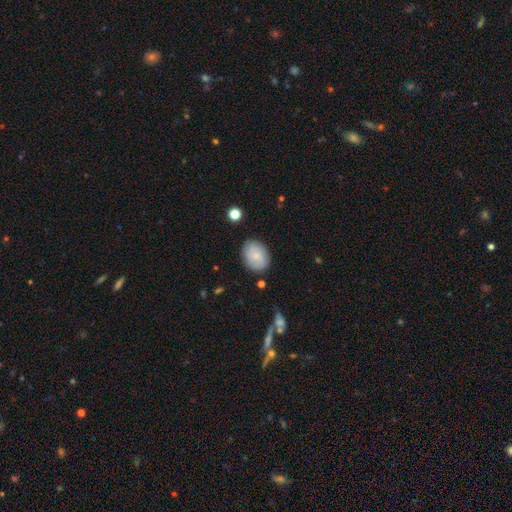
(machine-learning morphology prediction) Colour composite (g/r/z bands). It shows a smooth galaxy with no disk features (74%) that is in between round and cigar-shaped (64%). Merging: none (82%).